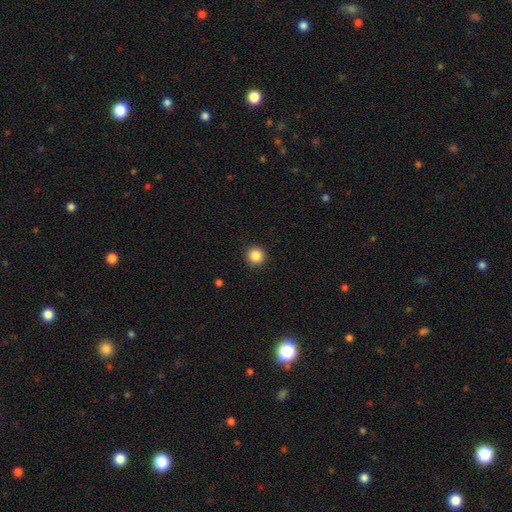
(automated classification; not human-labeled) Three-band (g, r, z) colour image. It shows a smooth galaxy with no disk features (86%) that is round (95%). Merging: none (92%).